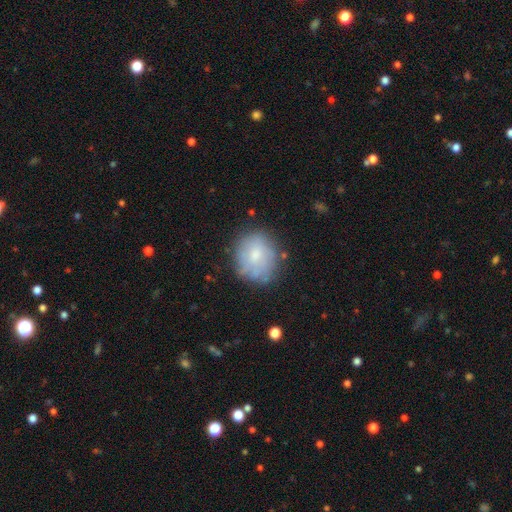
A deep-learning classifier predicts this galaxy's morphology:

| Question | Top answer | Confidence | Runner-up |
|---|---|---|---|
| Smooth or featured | smooth | 67% | featured or disk (25%) |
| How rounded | round | 68% | in between (31%) |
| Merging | none | 70% | minor disturbance (20%) |